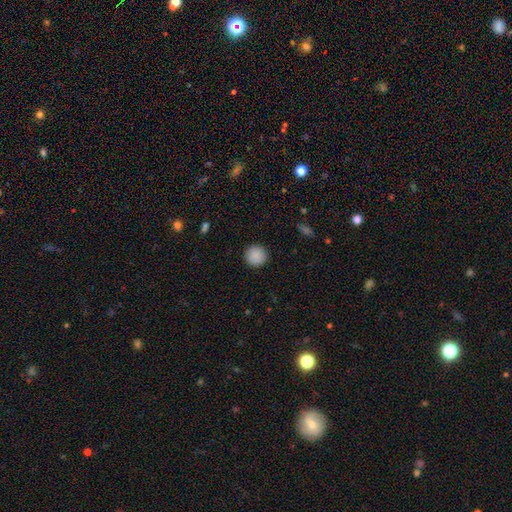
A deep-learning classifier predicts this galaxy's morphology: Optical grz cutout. It shows a smooth galaxy with no disk features (89%) that is round (95%). Merging: none (92%).